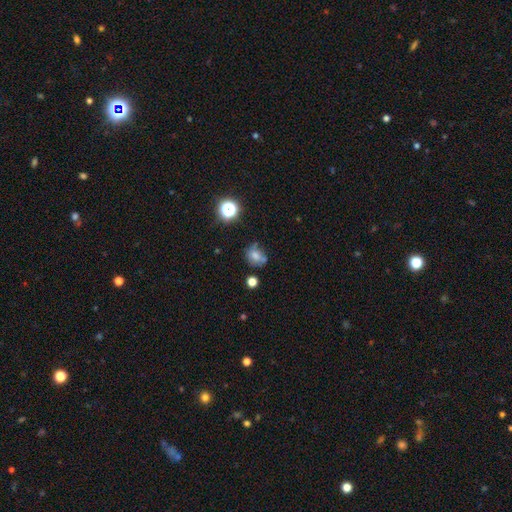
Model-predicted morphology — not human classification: type=smooth (67%); roundness=round (56%); merging=none (49%).